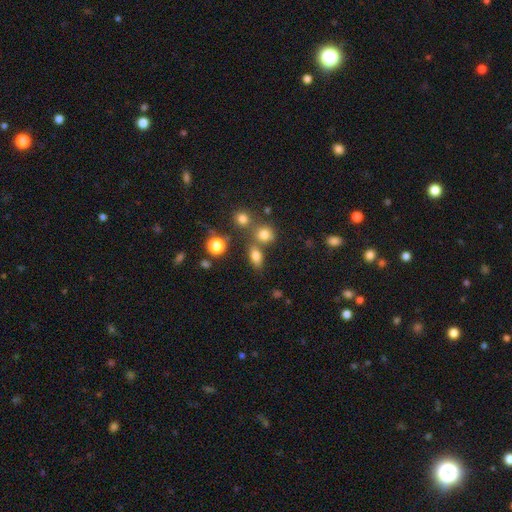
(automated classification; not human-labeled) Smooth or featured? smooth (76%)
How rounded? in between (75%)
Merging? none (62%)